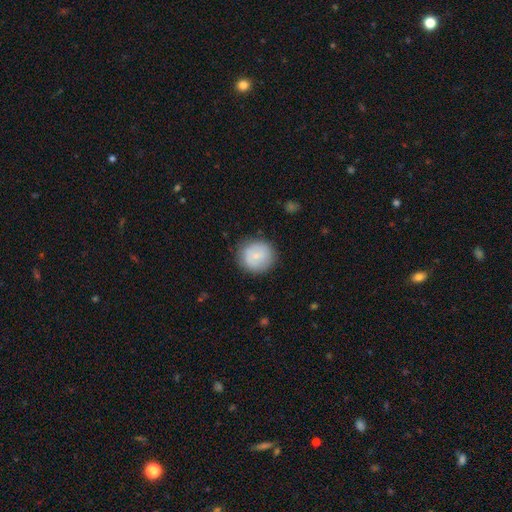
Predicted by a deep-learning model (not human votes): smooth_or_featured: smooth (p=0.72) [alt: featured or disk p=0.21]
how_rounded: round (p=0.88) [alt: in between p=0.11]
merging: none (p=0.81) [alt: minor disturbance p=0.13]